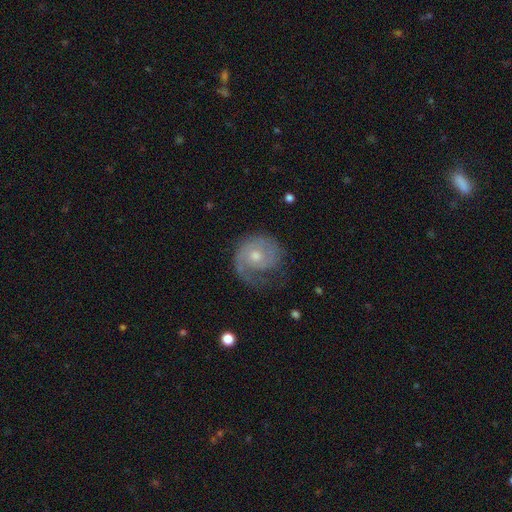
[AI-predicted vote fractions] Smooth or featured?
  - featured or disk: 77% *
  - smooth: 18%
  - star or artifact: 6%
Edge-on disk?
  - no: 98% *
  - yes: 2%
Bar?
  - no: 77% *
  - weak: 21%
  - strong: 3%
Spiral arms?
  - yes: 91% *
  - no: 9%
Spiral winding?
  - tight: 55% *
  - medium: 30%
  - loose: 15%
Spiral arm count?
  - 1: 58% *
  - 2: 23%
  - can't tell: 12%
  - 3: 3%
  - 4: 1%
  - more than 4: 1%
Bulge size?
  - moderate: 59% *
  - small: 35%
  - large: 3%
  - none: 2%
  - dominant: 1%
Merging?
  - none: 57% *
  - minor disturbance: 22%
  - major disturbance: 19%
  - merger: 2%